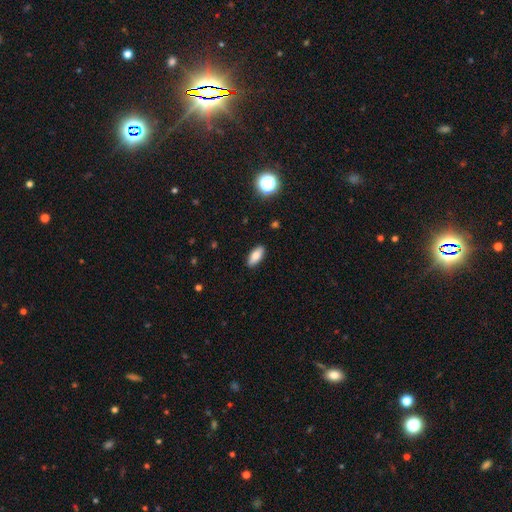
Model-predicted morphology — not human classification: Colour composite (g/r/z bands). It shows a smooth galaxy with no disk features (80%) that is in between round and cigar-shaped (83%). Merging: none (89%).